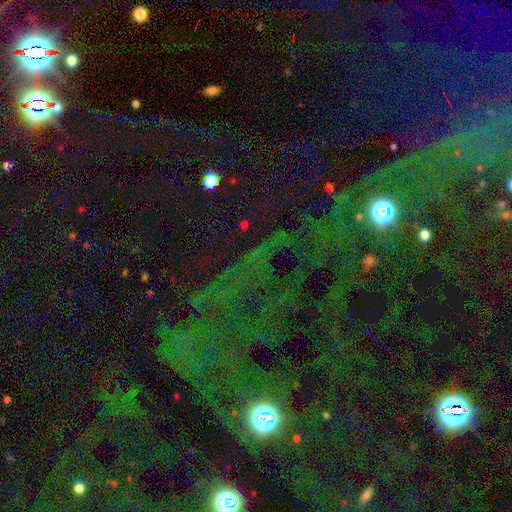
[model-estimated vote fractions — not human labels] smooth-or-featured: star or artifact: 76% | smooth: 13% | featured or disk: 11%